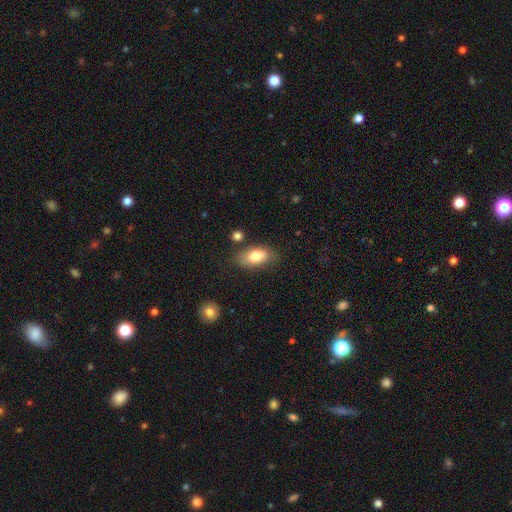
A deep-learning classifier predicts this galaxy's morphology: The model was most divided on "merging": none: 75%, minor disturbance: 17%, merger: 4%, major disturbance: 4%. More confident: how rounded — in between (92%); smooth or featured — smooth (81%).